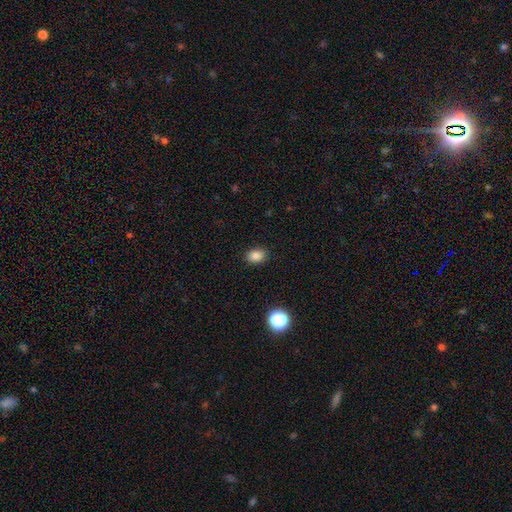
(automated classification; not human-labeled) Smooth or featured: smooth — 84% (star or artifact — 12%)
How rounded: in between — 67% (round — 32%)
Merging: none — 89% (minor disturbance — 8%)